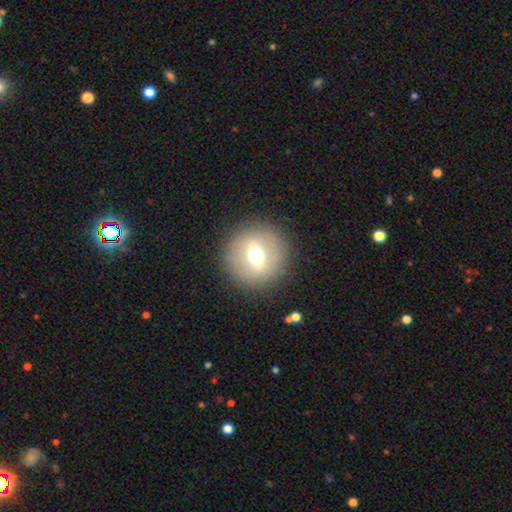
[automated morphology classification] This appears to be a featured or disk galaxy (51%). Merging: none (88%).